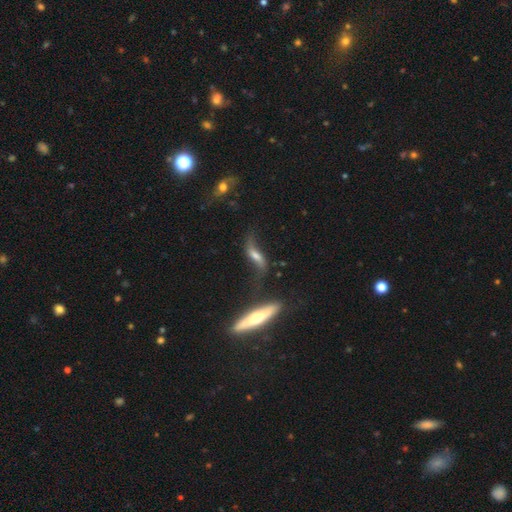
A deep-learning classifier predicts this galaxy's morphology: Overall: featured or disk (68%). Edge-on disk: no (70%; yes 30%). Merging: none (47%; minor disturbance 21%).